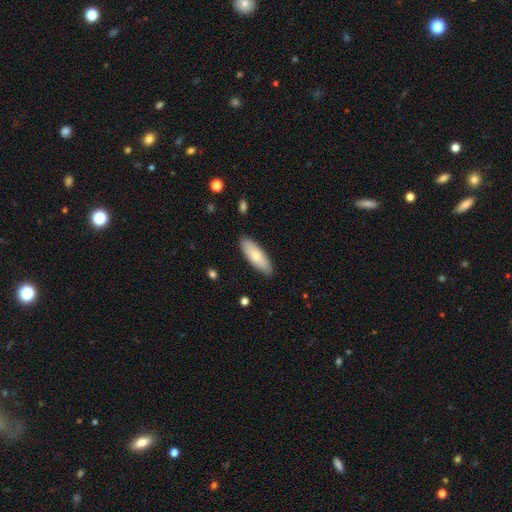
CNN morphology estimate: The model was most divided on "how rounded": in between: 61%, cigar-shaped: 37%, round: 2%. More confident: merging — none (88%); smooth or featured — smooth (75%).